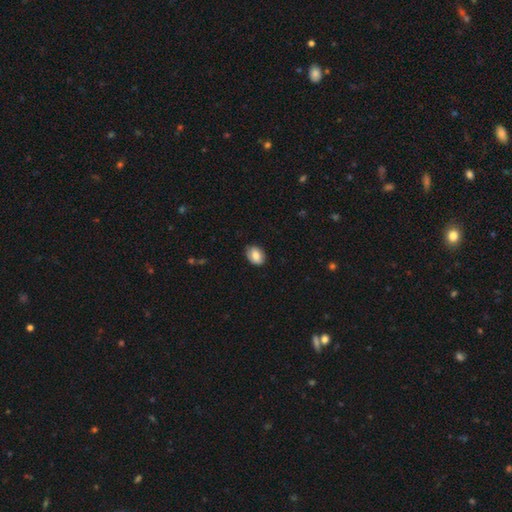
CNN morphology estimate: This appears to be a smooth galaxy with no disk features (82%) that is in between round and cigar-shaped (76%). Merging: none (84%).